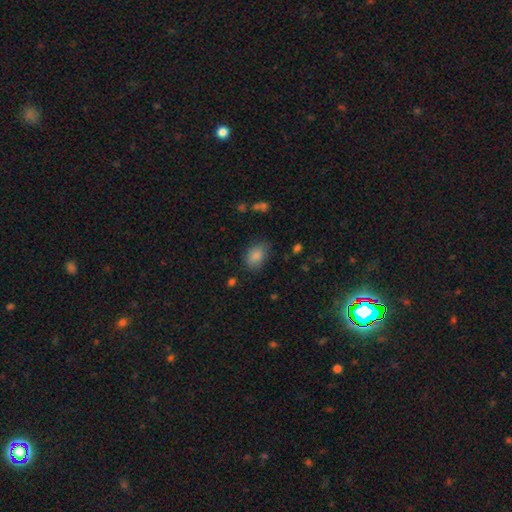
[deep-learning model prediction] The model was most divided on "merging": none: 74%, minor disturbance: 20%, major disturbance: 5%, merger: 2%. More confident: smooth or featured — smooth (86%); how rounded — in between (79%).